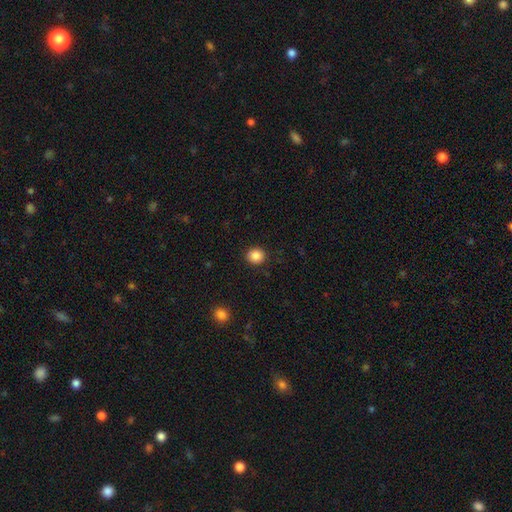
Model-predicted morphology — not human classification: A smooth galaxy with no disk features (86%) that is round (89%).

Vote fractions:
- Smooth or featured? smooth: 86% / star or artifact: 10% / featured or disk: 4%
- How rounded? round: 89% / in between: 10% / cigar-shaped: 1%
- Merging? none: 89% / minor disturbance: 7% / major disturbance: 2% / merger: 1%